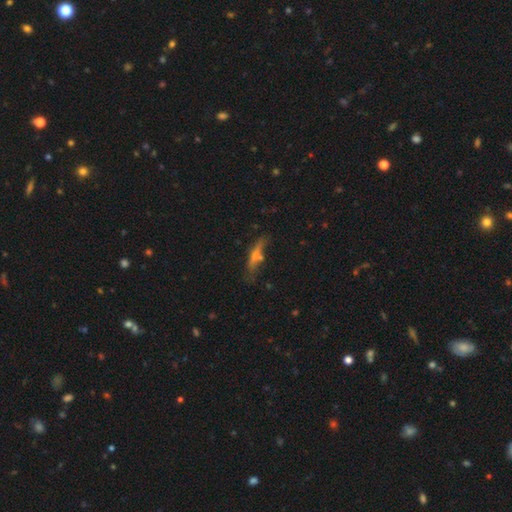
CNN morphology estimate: smooth_or_featured: smooth (p=0.51) [alt: featured or disk p=0.40]
how_rounded: cigar-shaped (p=0.77) [alt: in between p=0.20]
merging: none (p=0.57) [alt: minor disturbance p=0.23]